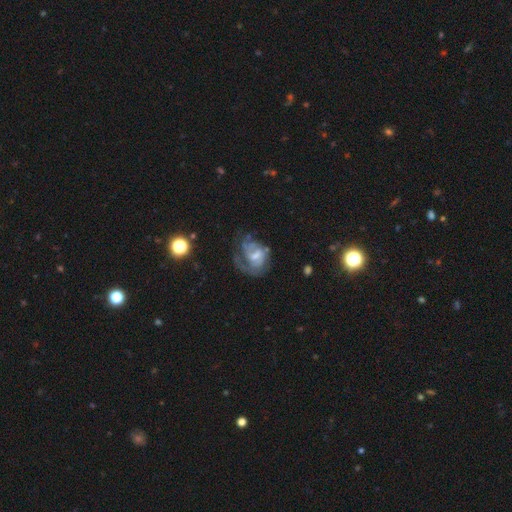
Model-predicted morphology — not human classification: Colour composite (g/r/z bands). It shows a featured or disk galaxy (71%) with a weak bar (49%), medium (41%) spiral arms (80%) and a moderate central bulge (40%). Merging: none (40%).